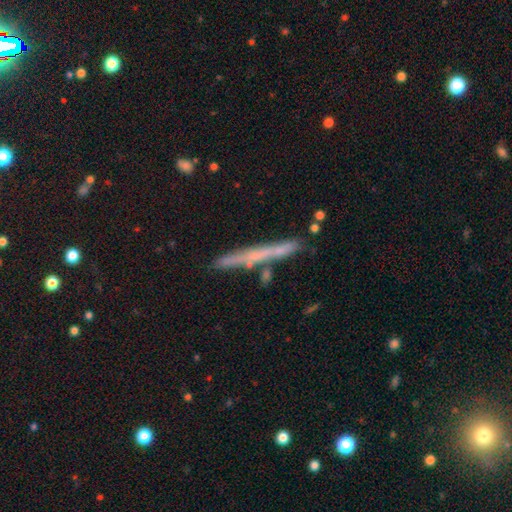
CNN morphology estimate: Smooth or featured? Predicted: smooth (p=0.48). Merging? Predicted: none (p=0.78).